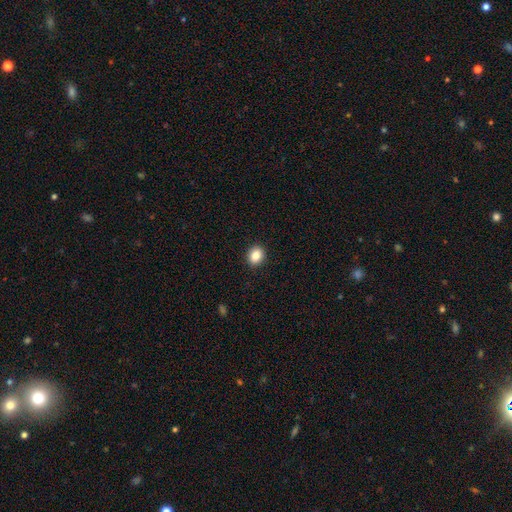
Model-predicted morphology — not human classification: This is clearly a smooth galaxy (86%). How rounded: likely round (61%). Merging: clearly none (92%).